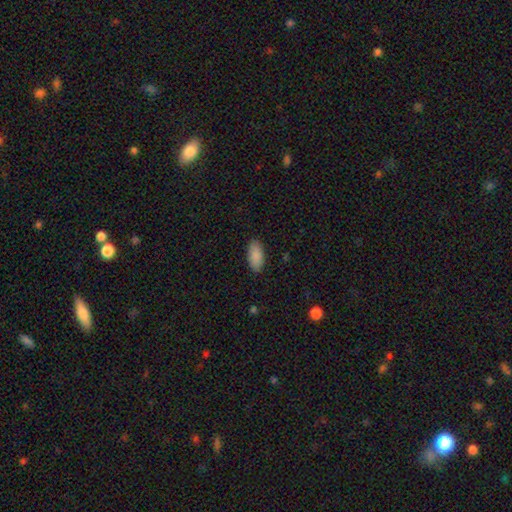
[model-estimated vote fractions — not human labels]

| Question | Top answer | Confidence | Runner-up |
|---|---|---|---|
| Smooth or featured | smooth | 90% | star or artifact (6%) |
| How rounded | in between | 92% | cigar-shaped (6%) |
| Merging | none | 88% | minor disturbance (9%) |